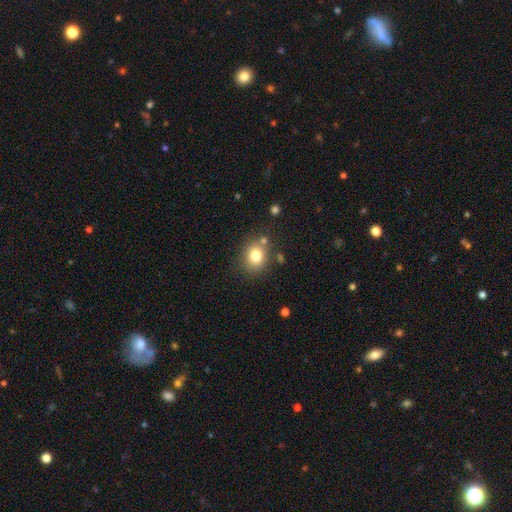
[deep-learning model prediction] Smooth or featured? smooth (80%)
How rounded? round (65%)
Merging? none (76%)